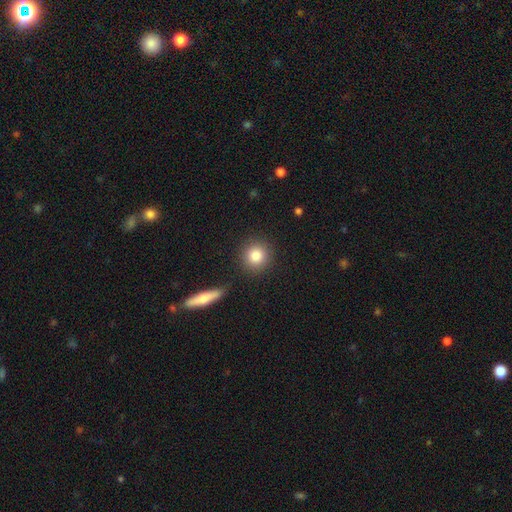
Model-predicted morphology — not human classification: This appears to be a smooth galaxy with no disk features (84%) that is round (91%). Merging: none (86%).